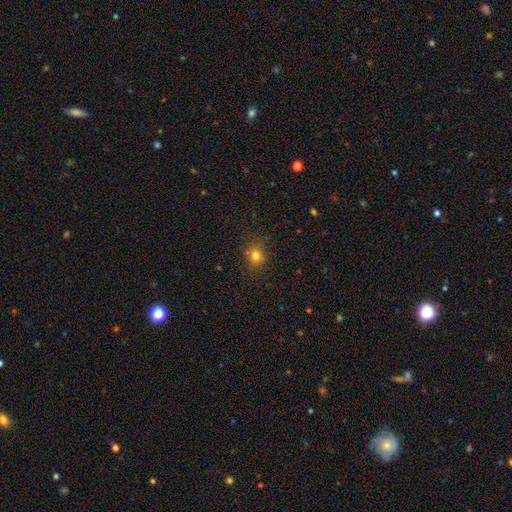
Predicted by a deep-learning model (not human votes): Overall: smooth (76%). How rounded: round (72%). Merging: none (82%).